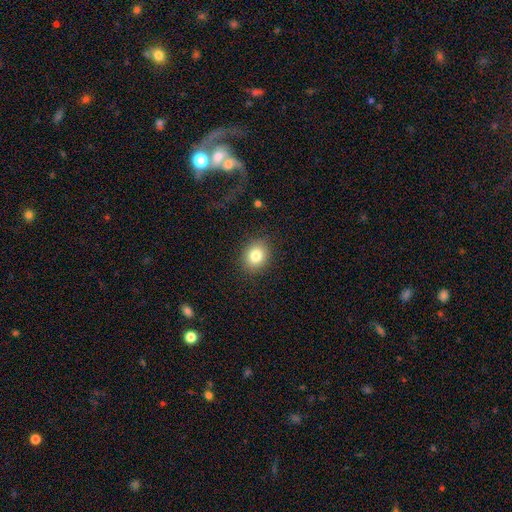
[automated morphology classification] Smooth or featured? smooth (82%)
How rounded? round (64%)
Merging? none (87%)